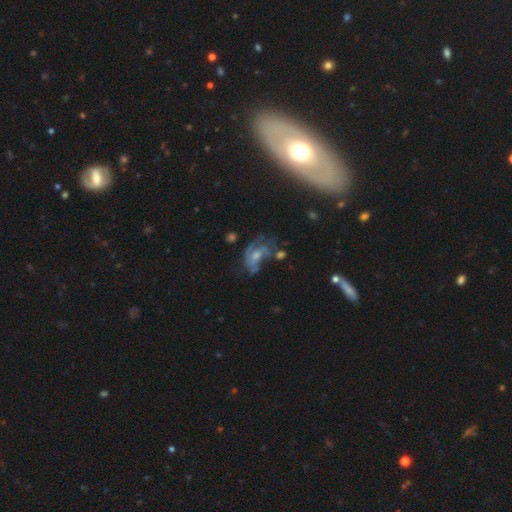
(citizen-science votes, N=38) Overall: featured or disk (71%). Edge-on disk: no (100%). Bar: no (56%; weak 33%). Spiral arms: yes (67%; no 33%). Spiral arm count: 3 (56%; can't tell 22%). Spiral winding: loose (50%; medium 28%). Bulge size: moderate (63%; small 26%). Merging: major disturbance (58%; minor disturbance 22%).